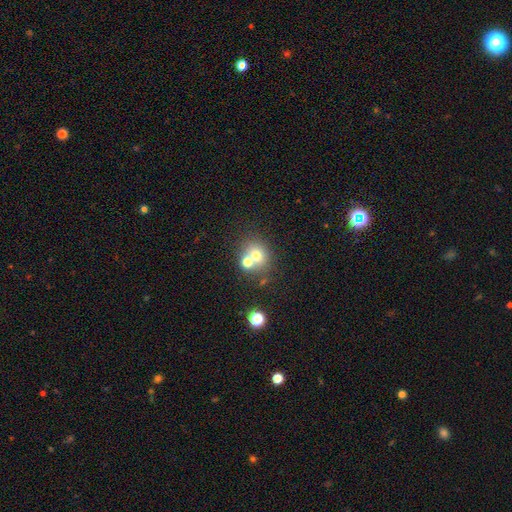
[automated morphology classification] Smooth or featured?
  - smooth: 70% *
  - star or artifact: 15%
  - featured or disk: 15%
How rounded?
  - round: 73% *
  - in between: 26%
  - cigar-shaped: 1%
Merging?
  - none: 53% *
  - merger: 34%
  - minor disturbance: 9%
  - major disturbance: 4%